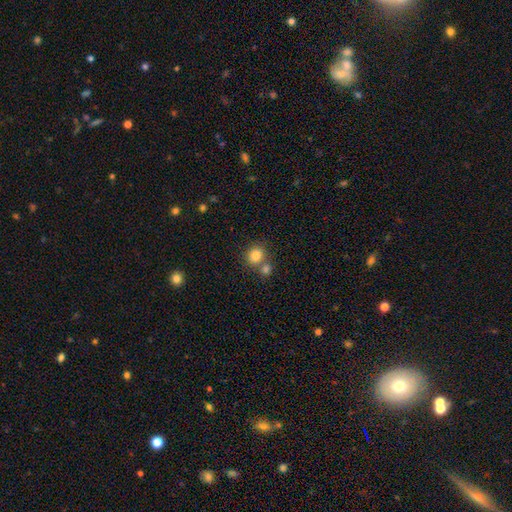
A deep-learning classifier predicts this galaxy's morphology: smooth-or-featured: smooth: 83% | star or artifact: 11% | featured or disk: 7%
  how-rounded: round: 80% | in between: 19% | cigar-shaped: 1%
  merging: none: 58% | merger: 31% | minor disturbance: 8% | major disturbance: 3%